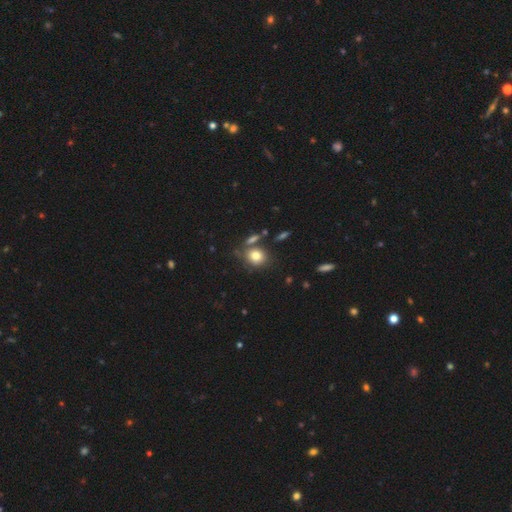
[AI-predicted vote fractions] smooth 80%, star or artifact 10%, featured or disk 10%. Down the decision tree: how rounded — round (59%); merging — none (65%).